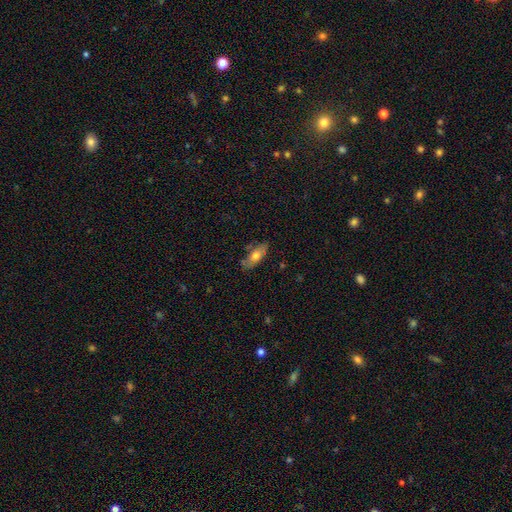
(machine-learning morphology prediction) smooth_or_featured: smooth (p=0.66) [alt: featured or disk p=0.28]
how_rounded: in between (p=0.75) [alt: cigar-shaped p=0.22]
merging: none (p=0.76) [alt: minor disturbance p=0.17]